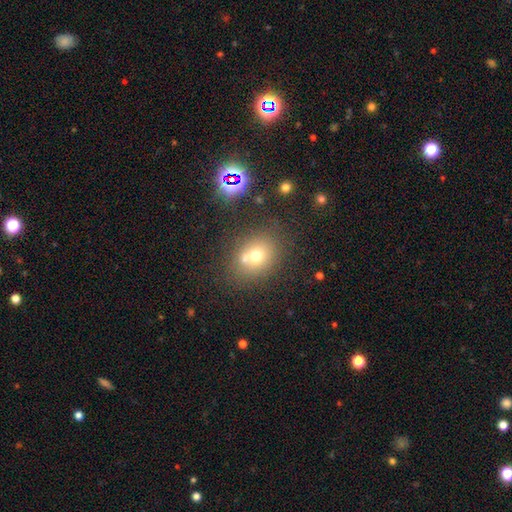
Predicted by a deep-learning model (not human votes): A smooth galaxy with no disk features (66%) that is round (57%).

Vote fractions:
- Smooth or featured? smooth: 66% / featured or disk: 18% / star or artifact: 16%
- How rounded? round: 57% / in between: 42% / cigar-shaped: 1%
- Merging? none: 57% / merger: 25% / minor disturbance: 13% / major disturbance: 5%